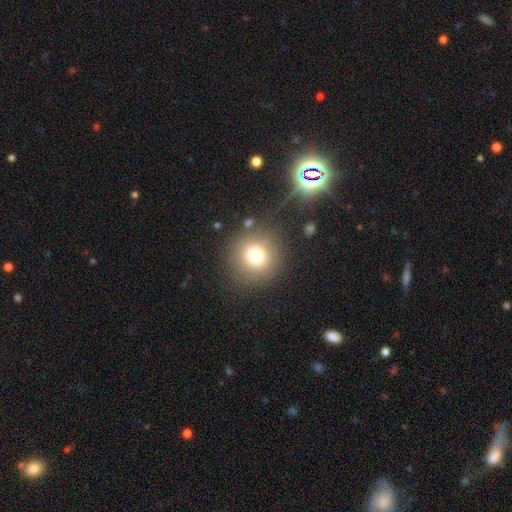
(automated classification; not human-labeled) smooth-or-featured: smooth: 75% | star or artifact: 14% | featured or disk: 10%
  how-rounded: round: 93% | in between: 6% | cigar-shaped: 1%
  merging: none: 84% | minor disturbance: 8% | major disturbance: 4% | merger: 3%